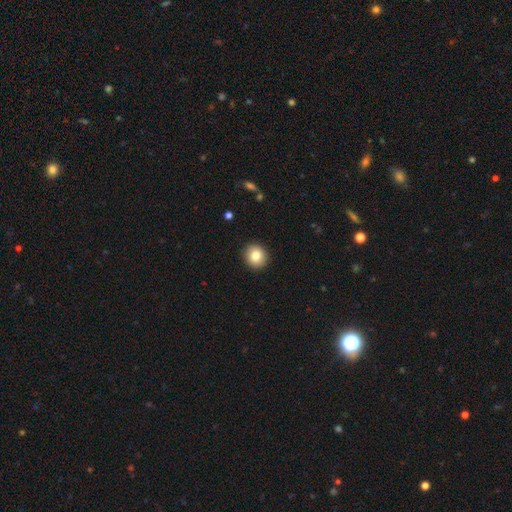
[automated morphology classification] Smooth or featured: smooth — 84% (star or artifact — 9%)
How rounded: round — 88% (in between — 11%)
Merging: none — 91% (minor disturbance — 6%)